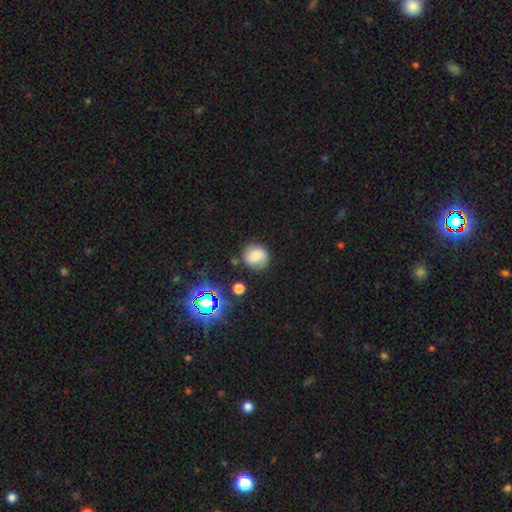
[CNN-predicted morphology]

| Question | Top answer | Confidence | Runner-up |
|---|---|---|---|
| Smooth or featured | smooth | 69% | featured or disk (18%) |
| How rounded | round | 82% | in between (17%) |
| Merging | none | 77% | minor disturbance (15%) |